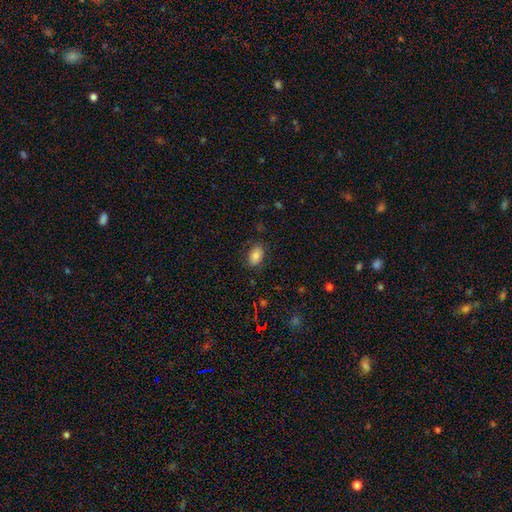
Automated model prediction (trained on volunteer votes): Morphology: type=smooth (81%); roundness=in between (86%); merging=none (81%).